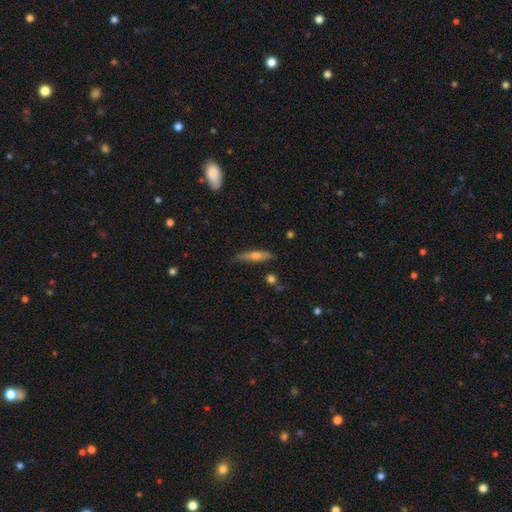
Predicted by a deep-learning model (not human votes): A smooth galaxy with no disk features (49%).

Vote fractions:
- Smooth or featured? smooth: 49% / featured or disk: 44% / star or artifact: 7%
- Merging? none: 84% / minor disturbance: 12% / major disturbance: 2% / merger: 2%